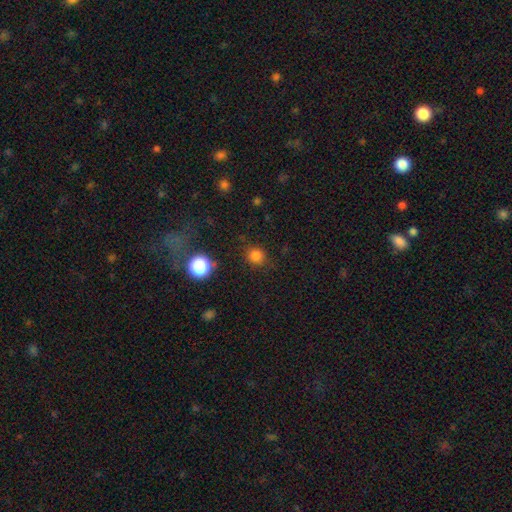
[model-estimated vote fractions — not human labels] A smooth galaxy with no disk features (80%) that is round (91%). Merging: none (85%).